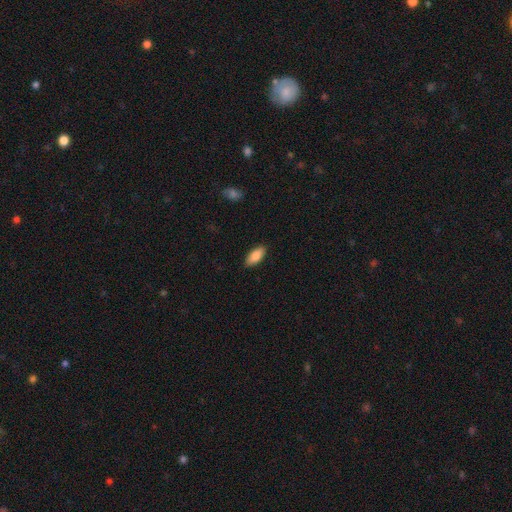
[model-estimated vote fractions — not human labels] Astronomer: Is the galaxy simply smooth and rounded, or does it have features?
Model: smooth — 85%.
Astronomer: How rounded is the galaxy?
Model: in between — 84%.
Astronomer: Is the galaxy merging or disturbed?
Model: none — 88%.